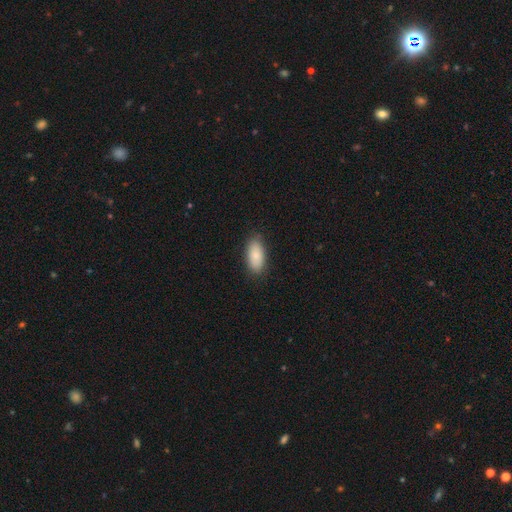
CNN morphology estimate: Smooth or featured? smooth (84%)
How rounded? in between (90%)
Merging? none (86%)